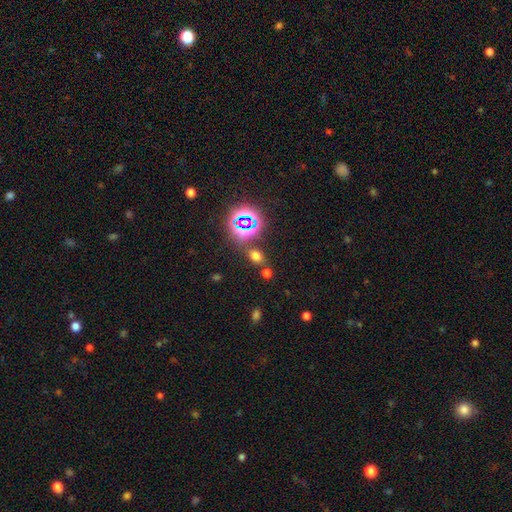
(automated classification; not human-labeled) Smooth or featured?
  - smooth: 60% *
  - star or artifact: 33%
  - featured or disk: 7%
How rounded?
  - in between: 65% *
  - round: 33%
  - cigar-shaped: 2%
Merging?
  - none: 76% *
  - merger: 10%
  - minor disturbance: 10%
  - major disturbance: 4%